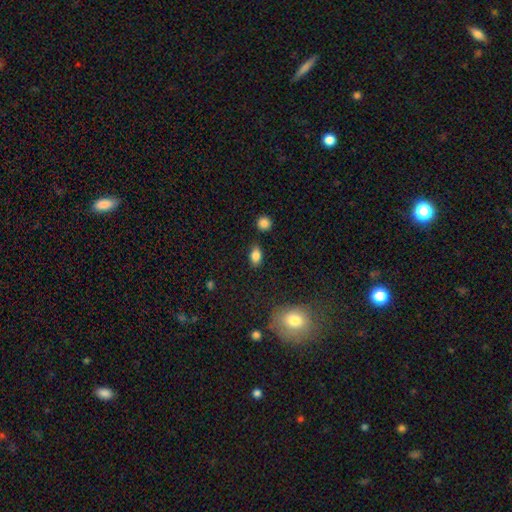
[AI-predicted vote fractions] Smooth or featured? smooth (84%)
How rounded? in between (85%)
Merging? none (83%)